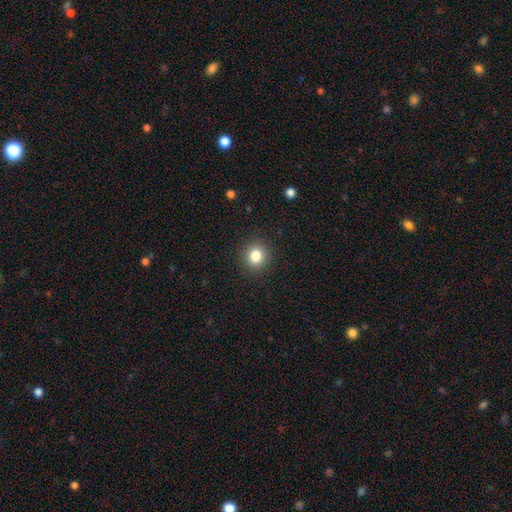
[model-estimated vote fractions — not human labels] Smooth or featured? Predicted: smooth (p=0.82). How rounded? Predicted: round (p=0.88). Merging? Predicted: none (p=0.91).